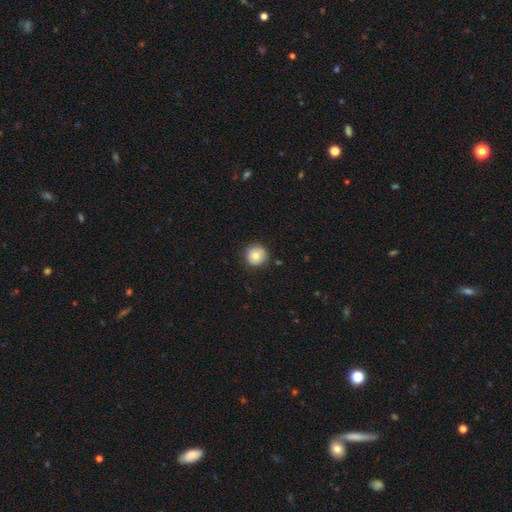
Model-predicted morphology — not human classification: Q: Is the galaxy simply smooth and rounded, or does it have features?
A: smooth — 76%.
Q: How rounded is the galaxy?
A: round — 94%.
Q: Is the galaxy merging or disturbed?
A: none — 86%.